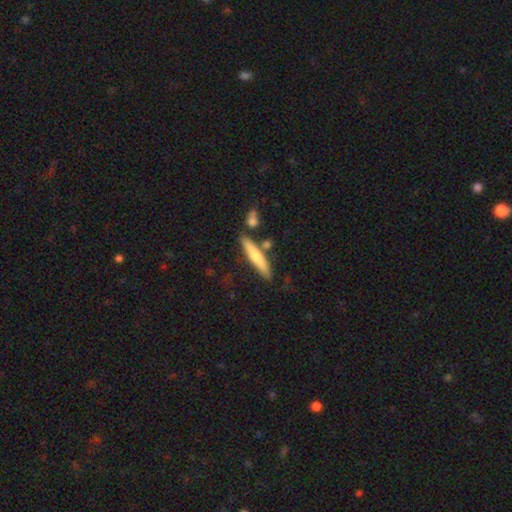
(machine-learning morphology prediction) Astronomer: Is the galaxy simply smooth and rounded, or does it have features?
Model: smooth — 60%.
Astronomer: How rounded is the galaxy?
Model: cigar-shaped — 86%.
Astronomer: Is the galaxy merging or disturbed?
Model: none — 76%.